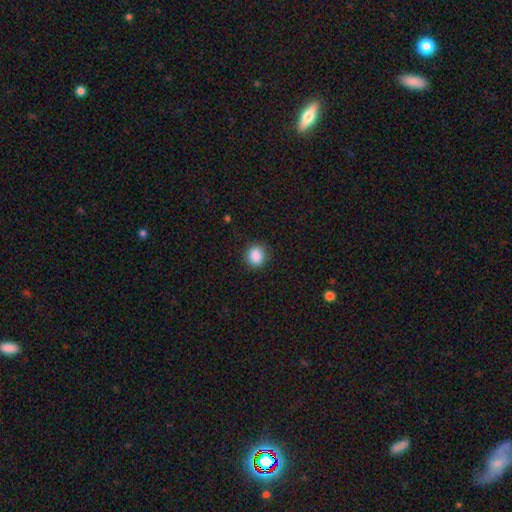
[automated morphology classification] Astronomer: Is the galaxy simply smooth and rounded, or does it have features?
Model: smooth — 88%.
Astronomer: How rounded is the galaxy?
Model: round — 76%.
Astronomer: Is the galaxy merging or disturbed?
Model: none — 86%.